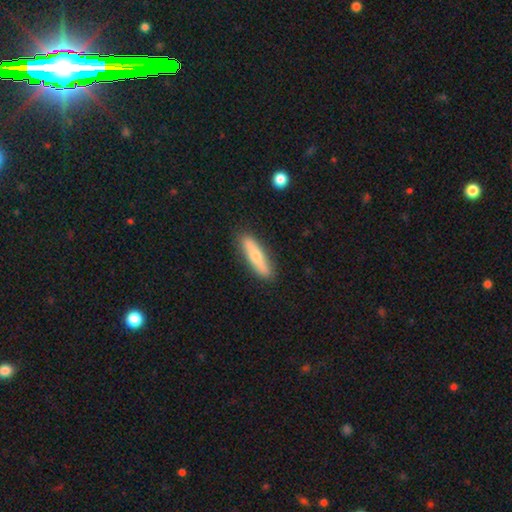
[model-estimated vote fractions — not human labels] Smooth or featured? Predicted: smooth (p=0.64). How rounded? Predicted: cigar-shaped (p=0.75). Merging? Predicted: none (p=0.87).